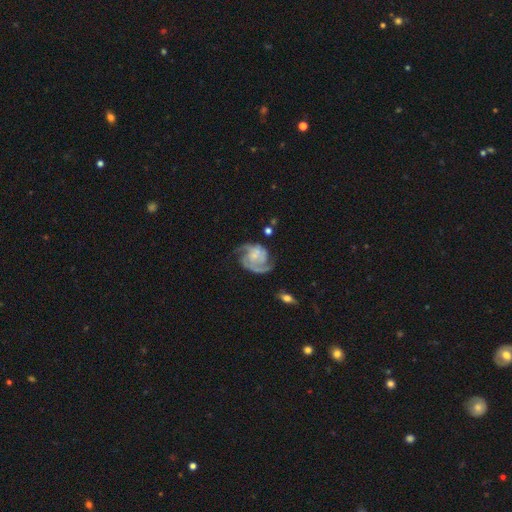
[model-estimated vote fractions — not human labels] Overall: featured or disk (88%). Edge-on disk: no (98%). Bar: no (66%; weak 28%). Spiral arms: yes (97%). Spiral arm count: 2 (63%). Spiral winding: medium (49%; tight 35%). Bulge size: small (54%; none 25%). Merging: none (61%).